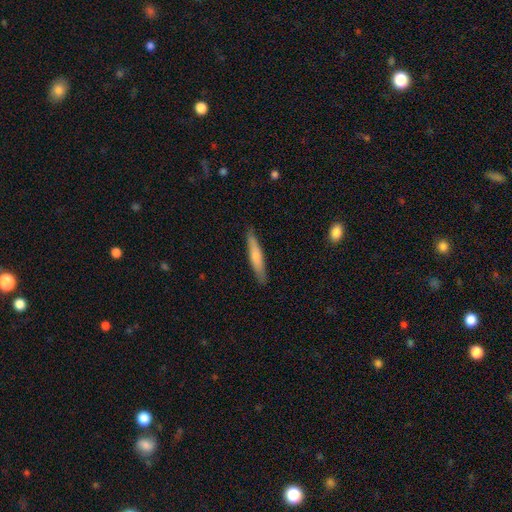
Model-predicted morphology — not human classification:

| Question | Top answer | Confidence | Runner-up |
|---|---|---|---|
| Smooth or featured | smooth | 67% | featured or disk (27%) |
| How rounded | cigar-shaped | 91% | in between (8%) |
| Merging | none | 88% | minor disturbance (9%) |